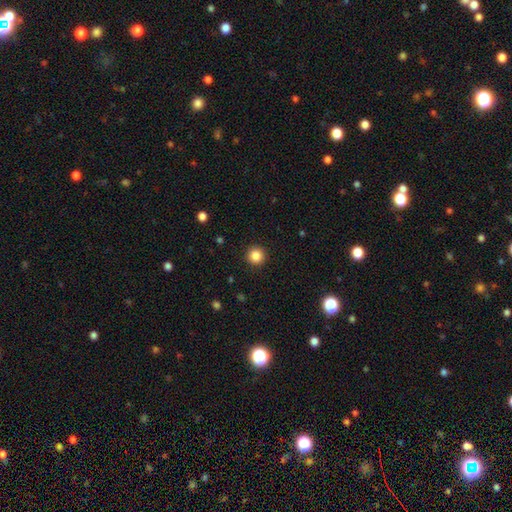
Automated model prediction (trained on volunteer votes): Morphology: type=smooth (86%); roundness=round (95%); merging=none (92%).